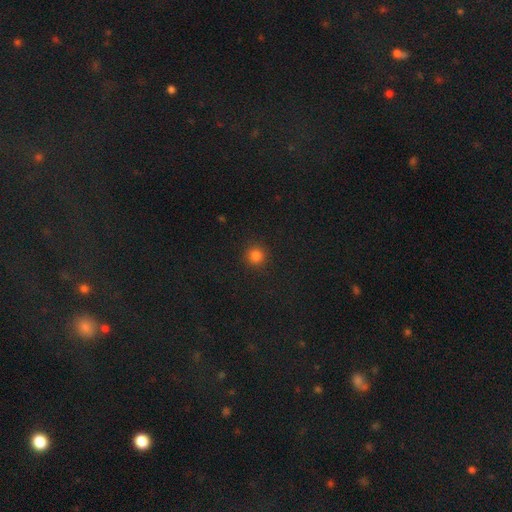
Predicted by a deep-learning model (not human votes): This is clearly a smooth galaxy (82%). How rounded: clearly round (94%). Merging: clearly none (92%).